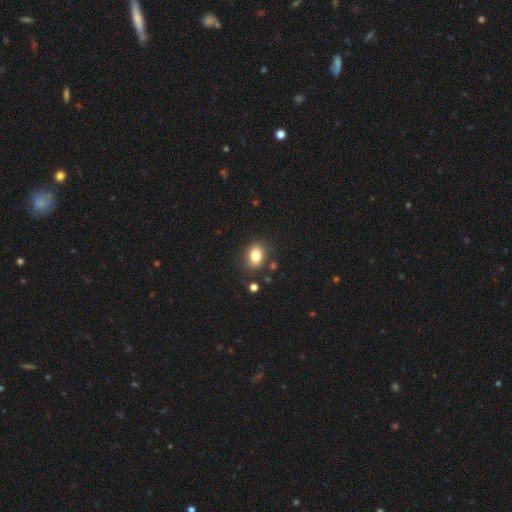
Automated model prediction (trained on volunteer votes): This appears to be a smooth galaxy with no disk features (82%) that is in between round and cigar-shaped (70%). Merging: none (82%).